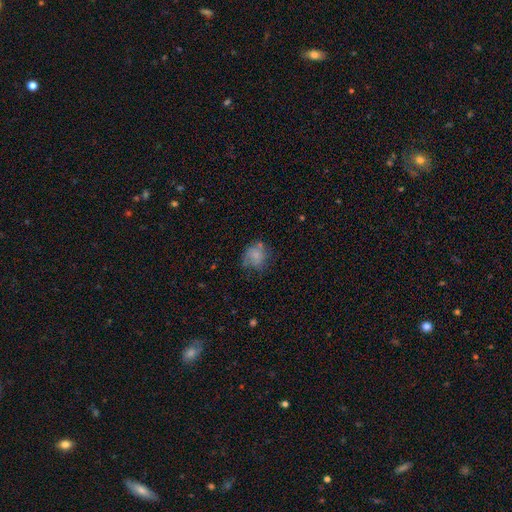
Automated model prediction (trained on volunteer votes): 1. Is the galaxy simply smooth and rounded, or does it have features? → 72% smooth, 18% featured or disk, 10% star or artifact.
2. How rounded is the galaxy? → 75% round, 24% in between, 1% cigar-shaped.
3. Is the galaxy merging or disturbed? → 51% none, 27% minor disturbance, 14% major disturbance, 8% merger.